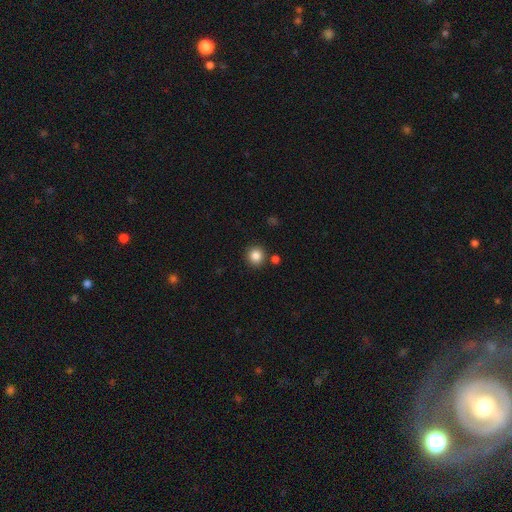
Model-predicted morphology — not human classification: A smooth galaxy with no disk features (86%) that is round (93%). Merging: none (86%).